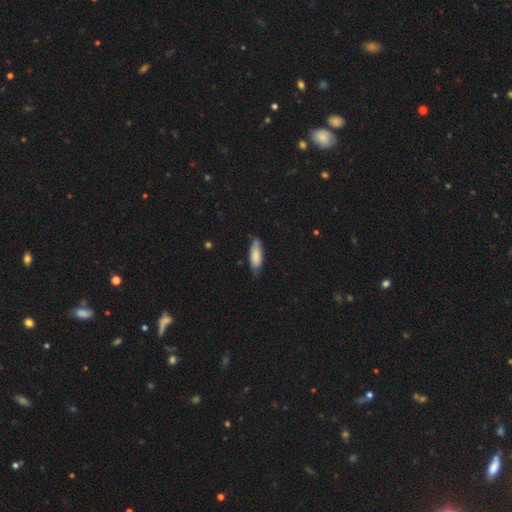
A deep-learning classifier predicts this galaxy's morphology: This appears to be a smooth galaxy with no disk features (81%) that is in between round and cigar-shaped (59%). Merging: none (69%).